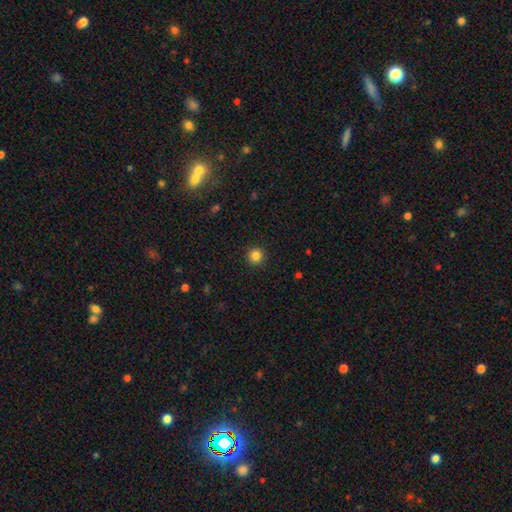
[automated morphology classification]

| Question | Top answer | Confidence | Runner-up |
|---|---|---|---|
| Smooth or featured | smooth | 84% | star or artifact (11%) |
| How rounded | round | 95% | in between (4%) |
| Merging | none | 93% | minor disturbance (5%) |